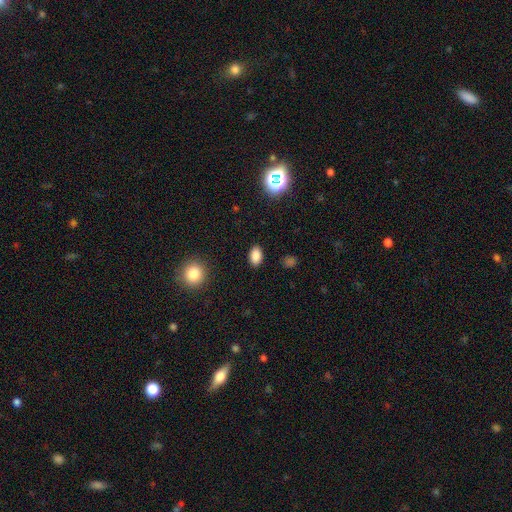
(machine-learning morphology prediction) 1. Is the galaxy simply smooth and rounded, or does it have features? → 84% smooth, 12% star or artifact, 4% featured or disk.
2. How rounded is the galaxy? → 87% in between, 12% round, 2% cigar-shaped.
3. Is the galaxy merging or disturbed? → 88% none, 8% minor disturbance, 3% major disturbance, 1% merger.